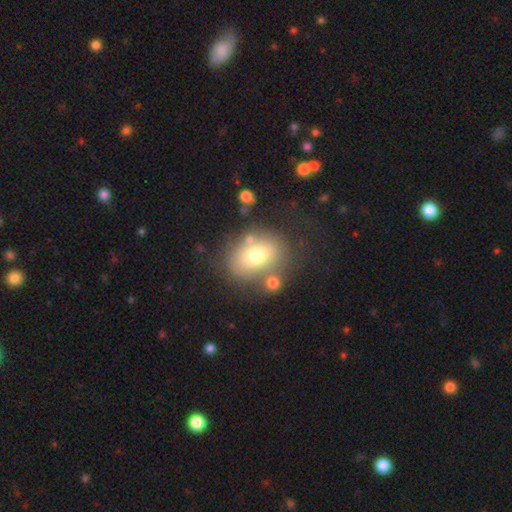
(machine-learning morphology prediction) This appears to be a smooth galaxy with no disk features (69%) that is in between round and cigar-shaped (65%). Merging: none (64%).